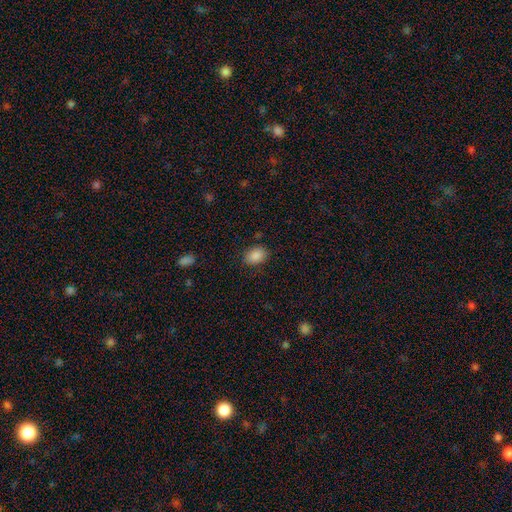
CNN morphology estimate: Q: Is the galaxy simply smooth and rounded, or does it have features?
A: smooth — 88%.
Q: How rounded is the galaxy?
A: in between — 77%.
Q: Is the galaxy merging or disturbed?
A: none — 84%.